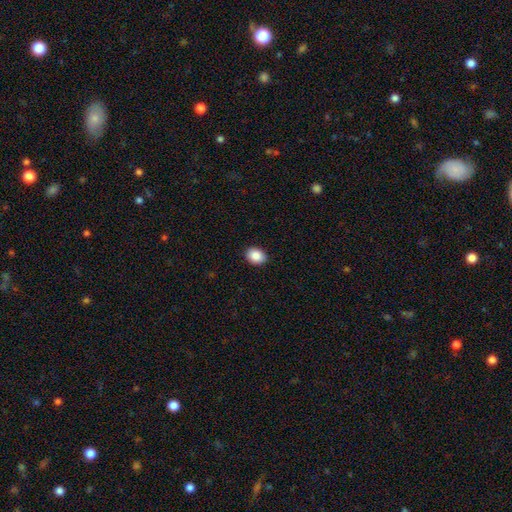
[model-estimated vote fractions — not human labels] Smooth or featured: smooth — 89% (star or artifact — 8%)
How rounded: in between — 67% (round — 32%)
Merging: none — 90% (minor disturbance — 8%)